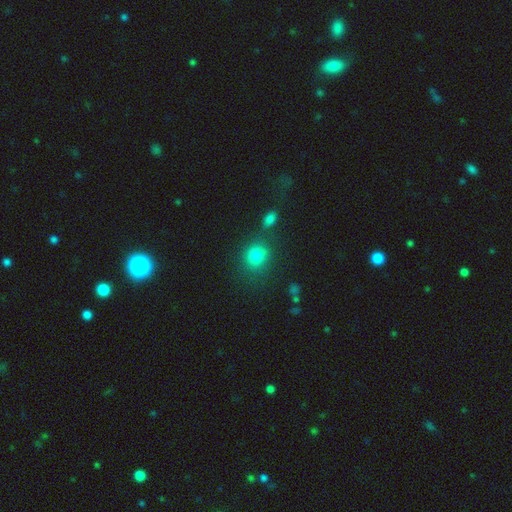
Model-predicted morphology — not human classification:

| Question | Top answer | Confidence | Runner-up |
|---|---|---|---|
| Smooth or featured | smooth | 79% | star or artifact (14%) |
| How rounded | round | 76% | in between (23%) |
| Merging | none | 71% | minor disturbance (12%) |